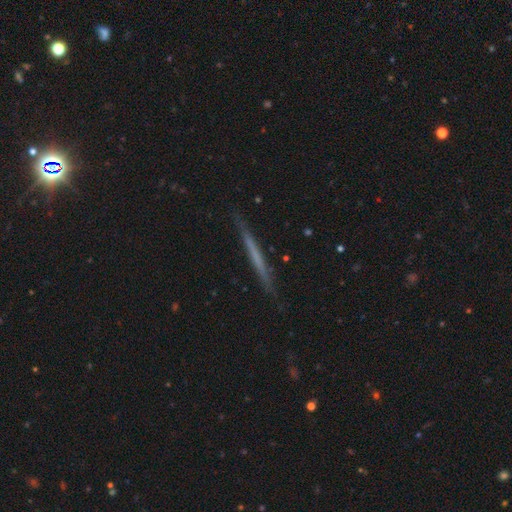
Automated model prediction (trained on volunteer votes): Smooth or featured: featured or disk — 50% (smooth — 43%)
Edge-on disk: yes — 96% (no — 4%)
Merging: none — 87% (minor disturbance — 10%)